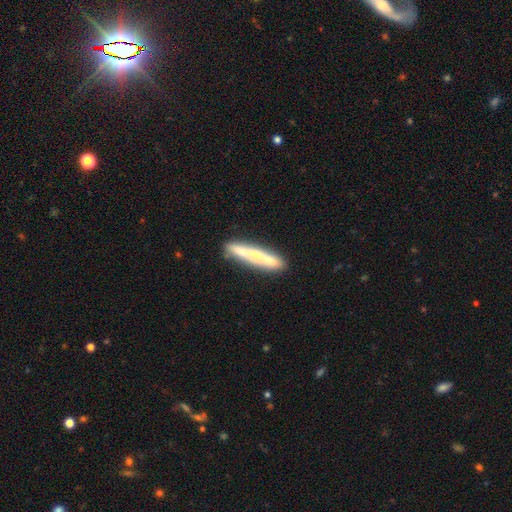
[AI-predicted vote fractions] Smooth or featured? smooth (51%)
How rounded? cigar-shaped (94%)
Merging? none (81%)